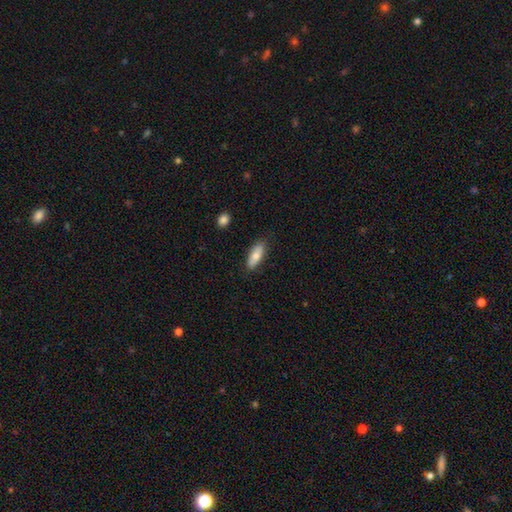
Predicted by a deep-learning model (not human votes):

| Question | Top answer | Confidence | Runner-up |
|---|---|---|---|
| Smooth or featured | smooth | 76% | featured or disk (18%) |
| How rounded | in between | 69% | cigar-shaped (29%) |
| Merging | none | 85% | minor disturbance (12%) |